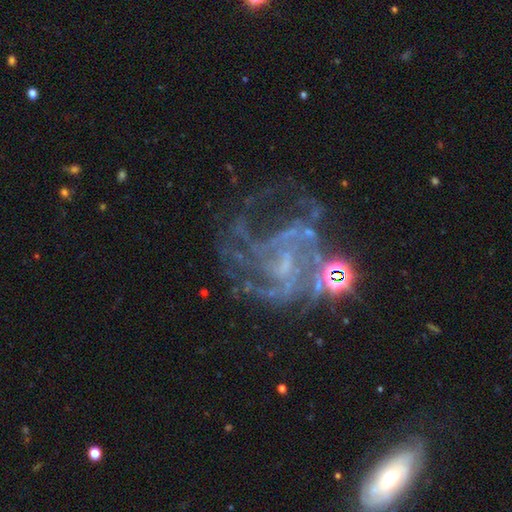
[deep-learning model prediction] Smooth or featured: featured or disk — 80% (star or artifact — 13%)
Edge-on disk: no — 98% (yes — 2%)
Bar: no — 54% (weak — 35%)
Spiral arms: yes — 84% (no — 16%)
Spiral winding: medium — 44% (tight — 34%)
Spiral arm count: can't tell — 35% (3 — 20%)
Bulge size: small — 49% (none — 37%)
Merging: none — 40% (major disturbance — 33%)